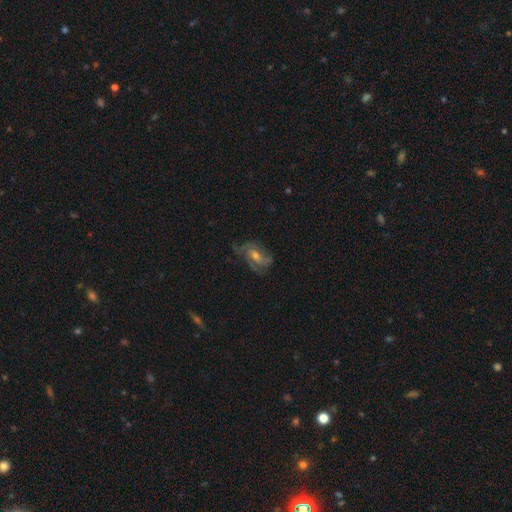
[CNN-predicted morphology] Smooth or featured?
  - featured or disk: 74% *
  - smooth: 15%
  - star or artifact: 11%
Edge-on disk?
  - no: 96% *
  - yes: 4%
Bar?
  - weak: 45% *
  - no: 42%
  - strong: 14%
Spiral arms?
  - yes: 91% *
  - no: 9%
Spiral winding?
  - medium: 46% *
  - tight: 36%
  - loose: 18%
Spiral arm count?
  - 2: 35% *
  - can't tell: 26%
  - 3: 25%
  - 4: 6%
  - 1: 5%
  - more than 4: 4%
Bulge size?
  - moderate: 57% *
  - small: 34%
  - large: 5%
  - none: 3%
  - dominant: 1%
Merging?
  - none: 65% *
  - minor disturbance: 21%
  - major disturbance: 12%
  - merger: 2%